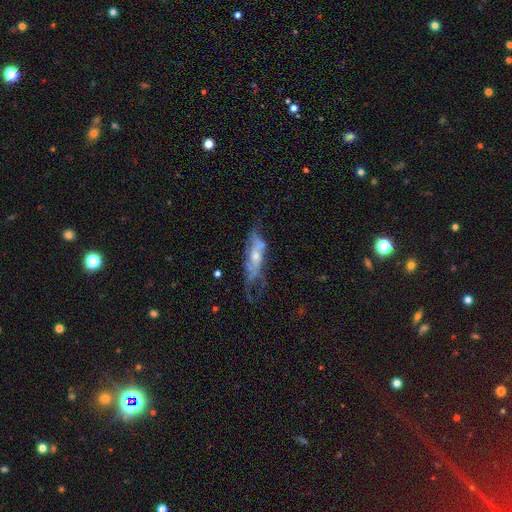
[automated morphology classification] Overall: featured or disk (72%). Edge-on disk: no (78%). Bar: no (66%; weak 27%). Spiral arms: yes (71%). Bulge size: moderate (50%; small 41%). Merging: none (39%; major disturbance 30%).